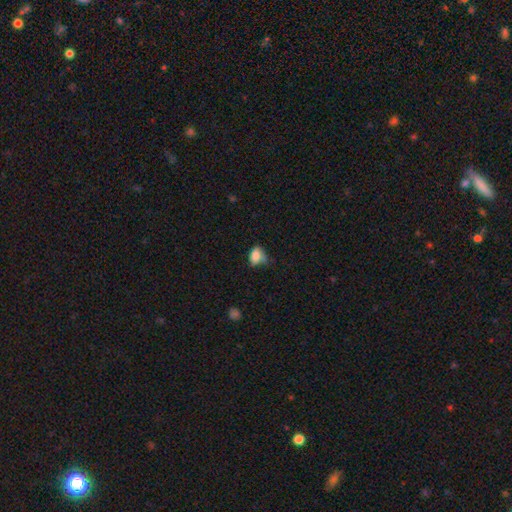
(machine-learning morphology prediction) The model was most divided on "merging": none: 45%, minor disturbance: 39%, major disturbance: 13%, merger: 4%. More confident: smooth or featured — smooth (83%); how rounded — in between (82%).